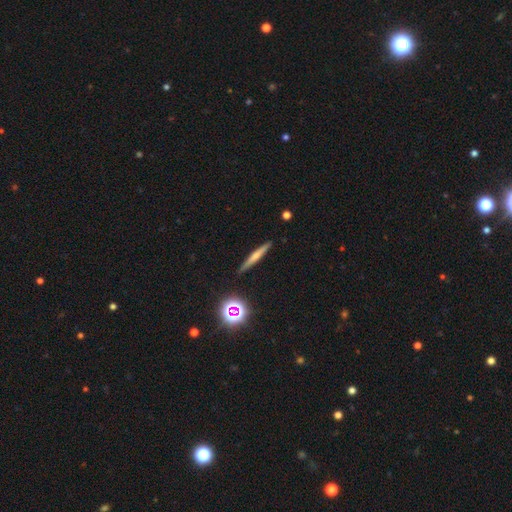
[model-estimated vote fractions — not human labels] Morphology: type=smooth (48%); merging=none (89%).